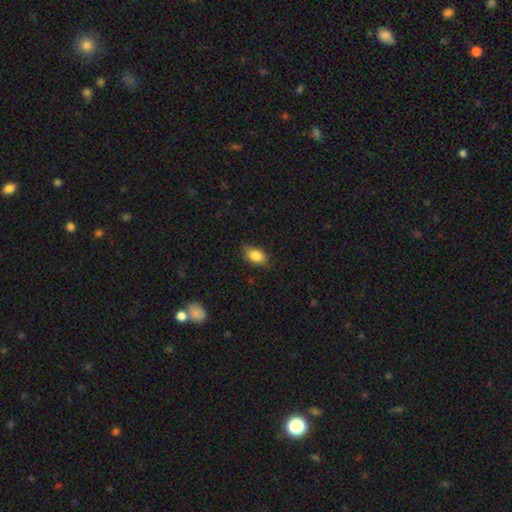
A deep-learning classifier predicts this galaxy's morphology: The model was most divided on "merging": none: 81%, minor disturbance: 15%, major disturbance: 3%, merger: 1%. More confident: how rounded — in between (88%); smooth or featured — smooth (84%).